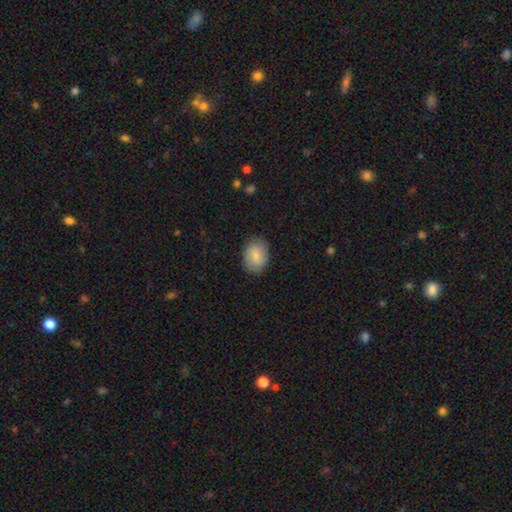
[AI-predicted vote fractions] Overall: smooth (80%). How rounded: in between (68%; round 30%). Merging: none (82%).